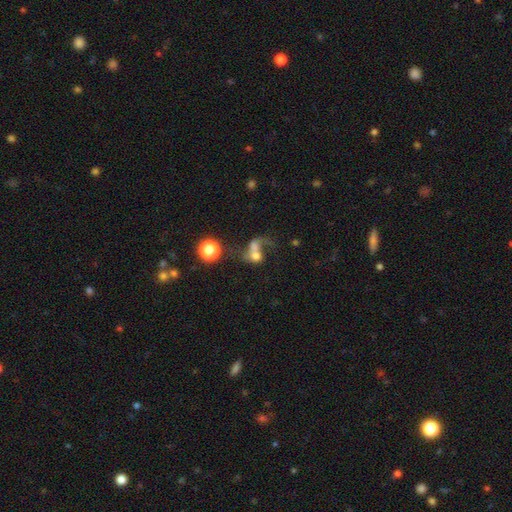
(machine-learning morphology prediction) smooth 51%, featured or disk 33%, star or artifact 17%. Down the decision tree: how rounded — round (56%); merging — merger (60%).